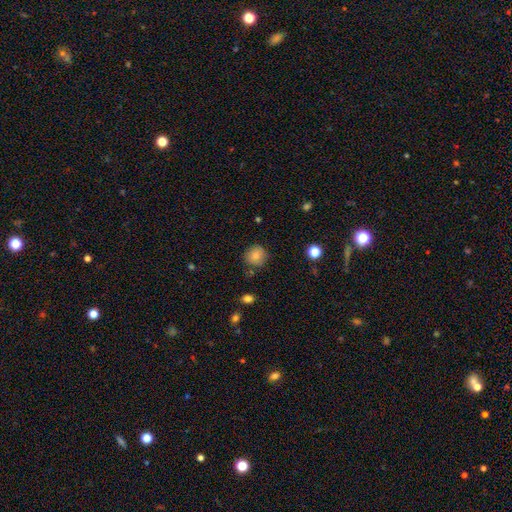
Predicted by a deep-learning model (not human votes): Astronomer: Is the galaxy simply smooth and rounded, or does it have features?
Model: smooth — 83%.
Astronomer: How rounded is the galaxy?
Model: round — 90%.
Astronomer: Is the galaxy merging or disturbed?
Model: none — 81%.